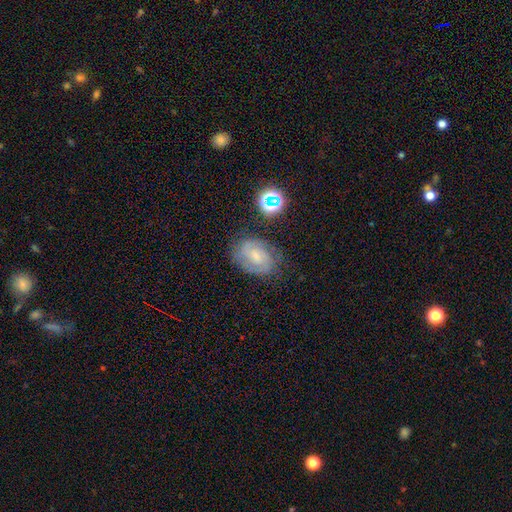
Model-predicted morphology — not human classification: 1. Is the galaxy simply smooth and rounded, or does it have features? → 68% featured or disk, 22% smooth, 11% star or artifact.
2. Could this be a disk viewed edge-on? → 97% no, 3% yes.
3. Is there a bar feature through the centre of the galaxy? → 50% weak, 41% no, 10% strong.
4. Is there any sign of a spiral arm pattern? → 91% yes, 9% no.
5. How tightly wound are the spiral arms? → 46% tight, 42% medium, 11% loose.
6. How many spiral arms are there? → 67% 2, 20% can't tell, 6% 3, 4% 1, 2% 4, 2% more than 4.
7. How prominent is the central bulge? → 53% small, 33% moderate, 10% none, 3% large, 1% dominant.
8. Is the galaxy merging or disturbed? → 72% none, 19% minor disturbance, 7% major disturbance, 3% merger.